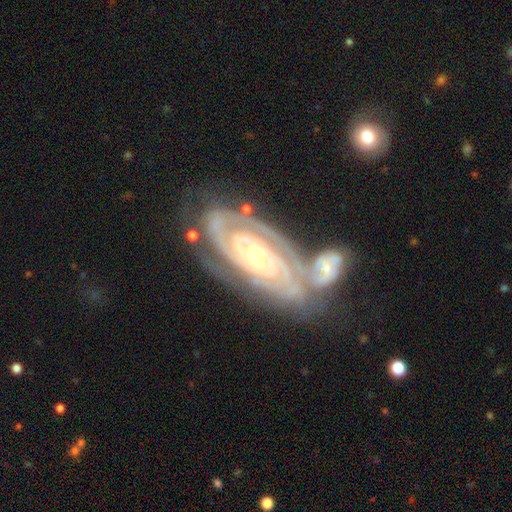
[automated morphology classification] Smooth or featured?
  - featured or disk: 90% *
  - smooth: 5%
  - star or artifact: 5%
Edge-on disk?
  - no: 95% *
  - yes: 5%
Bar?
  - no: 59% *
  - weak: 27%
  - strong: 15%
Spiral arms?
  - yes: 97% *
  - no: 3%
Spiral winding?
  - tight: 80% *
  - medium: 17%
  - loose: 3%
Spiral arm count?
  - 2: 51% *
  - can't tell: 21%
  - 3: 14%
  - 4: 5%
  - 1: 4%
  - more than 4: 4%
Bulge size?
  - small: 56% *
  - moderate: 38%
  - large: 3%
  - none: 2%
  - dominant: 1%
Merging?
  - none: 51% *
  - merger: 26%
  - minor disturbance: 16%
  - major disturbance: 8%